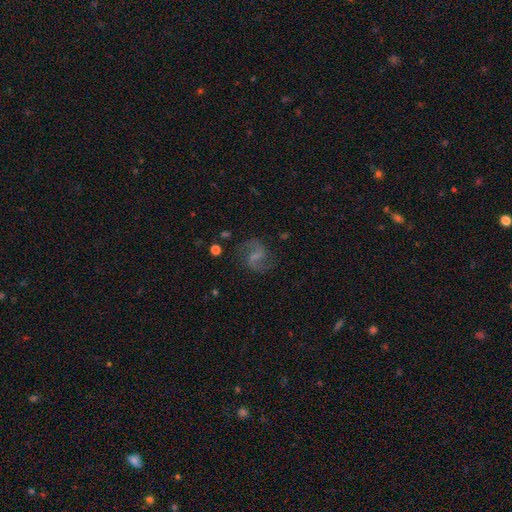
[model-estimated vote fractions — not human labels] featured or disk 80%, smooth 12%, star or artifact 8%. Down the decision tree: edge-on disk — no (98%); bar — weak (52%); spiral arms — yes (95%); spiral arm count — 2 (93%); spiral winding — loose (47%); bulge size — none (46%); merging — none (78%).